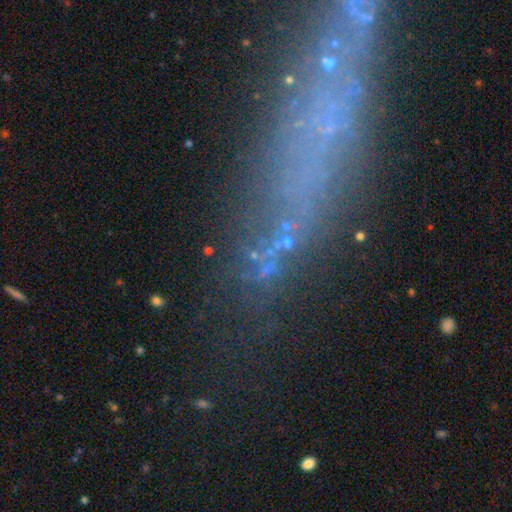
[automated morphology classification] star or artifact 47%, featured or disk 31%, smooth 22%.